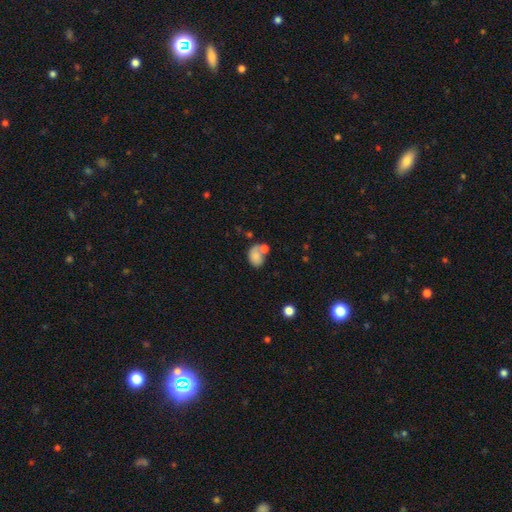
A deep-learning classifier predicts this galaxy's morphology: type=smooth (73%); roundness=in between (70%); merging=merger (41%).